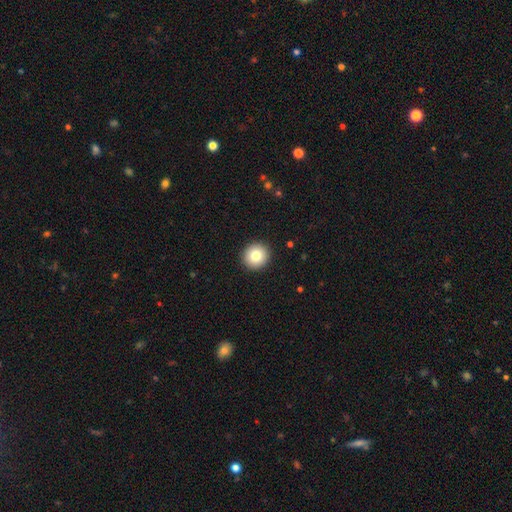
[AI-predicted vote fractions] A smooth galaxy with no disk features (81%) that is round (93%). Merging: none (93%).